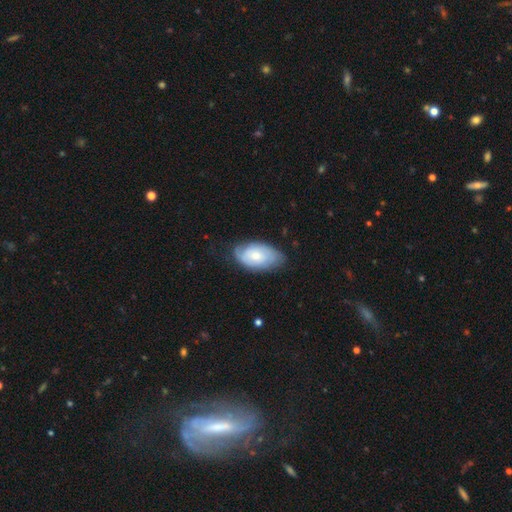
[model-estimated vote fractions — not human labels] This is possibly a smooth galaxy (49%). Merging: likely none (66%).